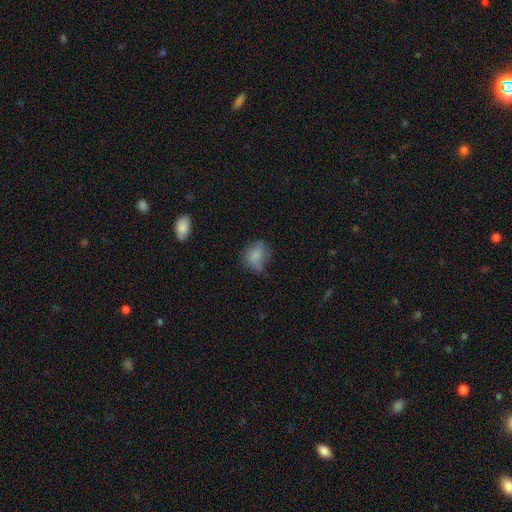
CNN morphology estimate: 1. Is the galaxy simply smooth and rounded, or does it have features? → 76% smooth, 15% featured or disk, 10% star or artifact.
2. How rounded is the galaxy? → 50% in between, 48% round, 1% cigar-shaped.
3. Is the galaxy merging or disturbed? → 49% none, 33% minor disturbance, 15% major disturbance, 3% merger.